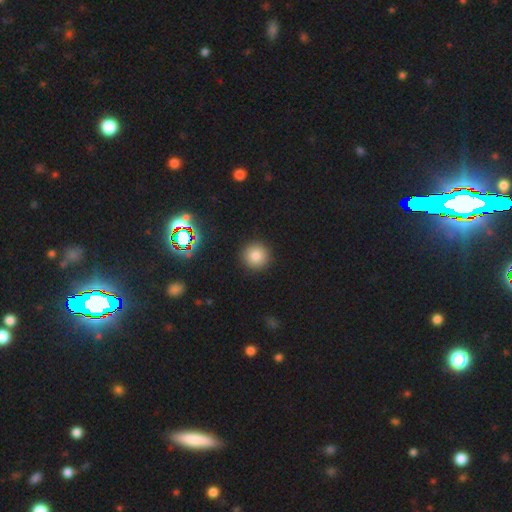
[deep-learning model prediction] Smooth or featured? Predicted: smooth (p=0.80). How rounded? Predicted: round (p=0.95). Merging? Predicted: none (p=0.92).